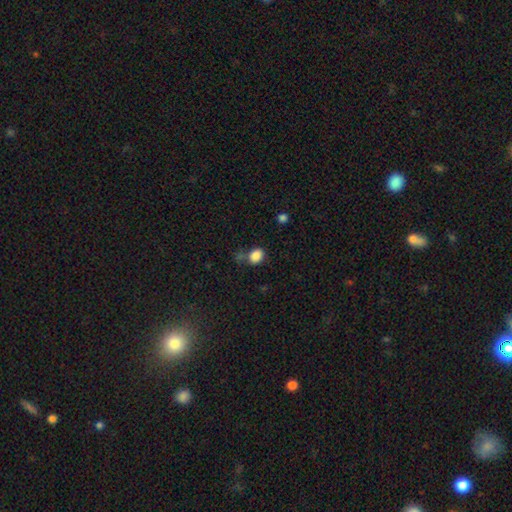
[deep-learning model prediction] Smooth or featured? Predicted: smooth (p=0.86). How rounded? Predicted: in between (p=0.52). Merging? Predicted: none (p=0.60).